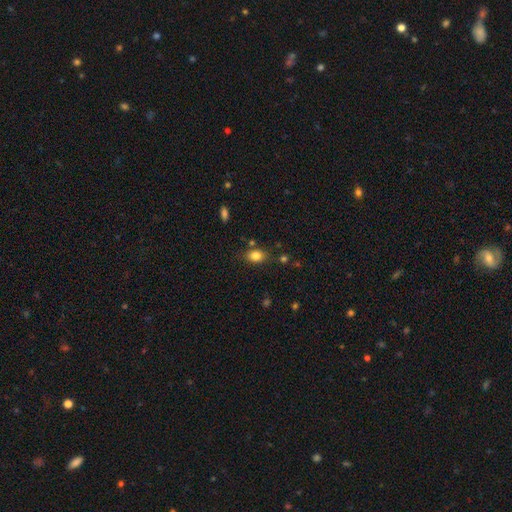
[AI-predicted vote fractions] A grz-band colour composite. It shows a smooth galaxy with no disk features (82%) that is in between round and cigar-shaped (71%). Merging: none (78%).